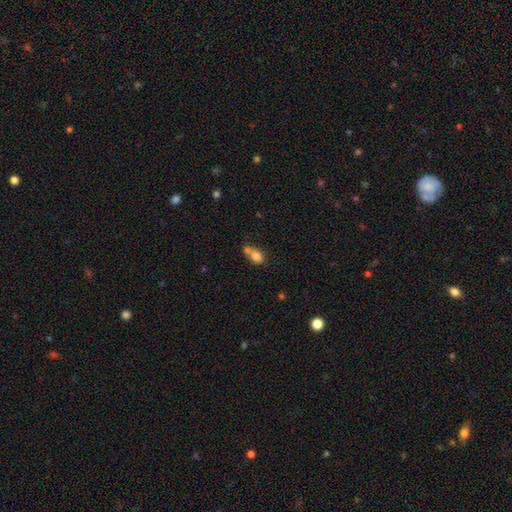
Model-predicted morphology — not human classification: smooth 77%, featured or disk 13%, star or artifact 10%. Down the decision tree: how rounded — in between (66%); merging — merger (48%).